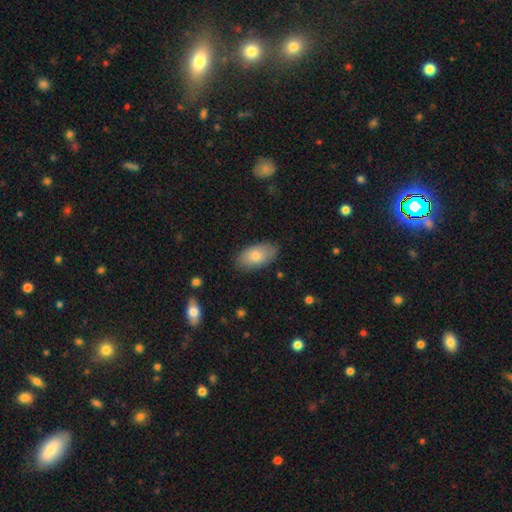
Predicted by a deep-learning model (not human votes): smooth_or_featured: smooth (p=0.82) [alt: featured or disk p=0.12]
how_rounded: in between (p=0.94) [alt: round p=0.03]
merging: none (p=0.84) [alt: minor disturbance p=0.12]